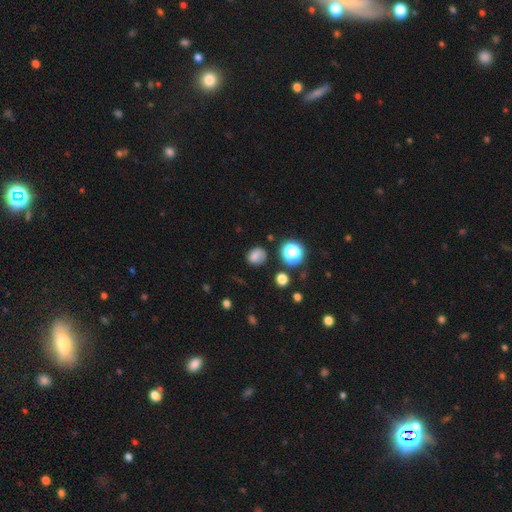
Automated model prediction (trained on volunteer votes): Morphology: type=smooth (74%); roundness=round (62%); merging=none (70%).